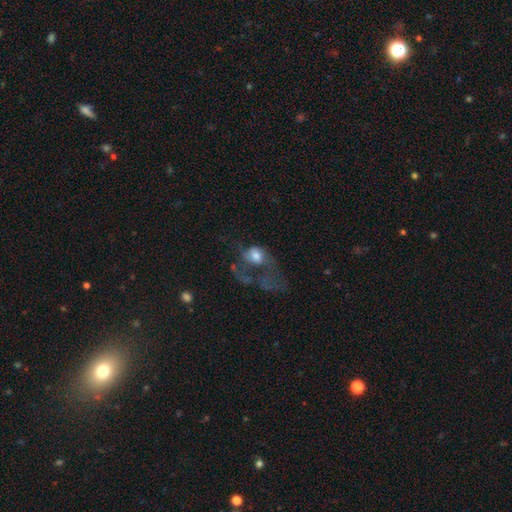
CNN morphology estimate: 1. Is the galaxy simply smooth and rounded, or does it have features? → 48% smooth, 41% featured or disk, 10% star or artifact.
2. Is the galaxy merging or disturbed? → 68% major disturbance, 13% none, 10% merger, 10% minor disturbance.